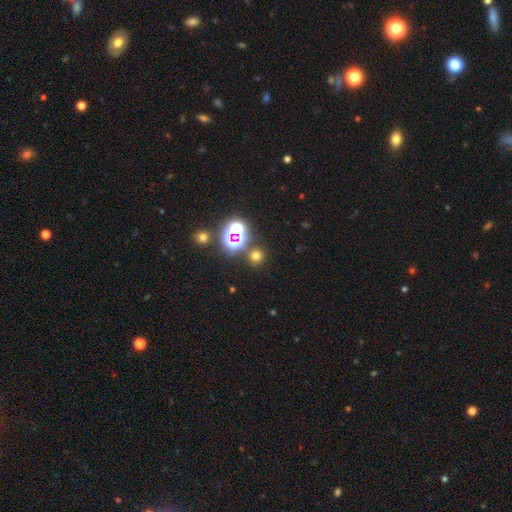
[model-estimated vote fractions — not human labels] Smooth or featured? Predicted: smooth (p=0.64). How rounded? Predicted: round (p=0.90). Merging? Predicted: none (p=0.83).